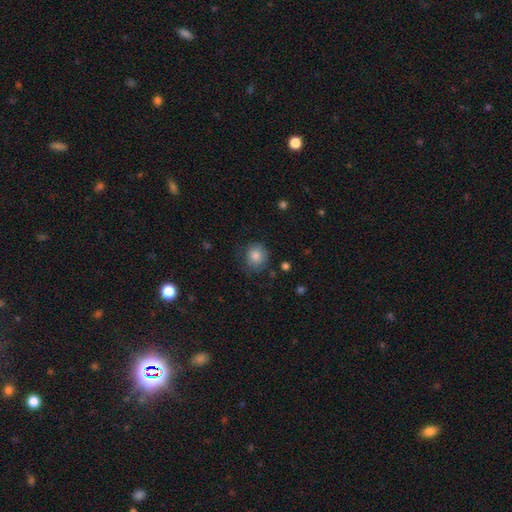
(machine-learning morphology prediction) smooth 83%, featured or disk 9%, star or artifact 9%. Down the decision tree: how rounded — round (77%); merging — none (70%).